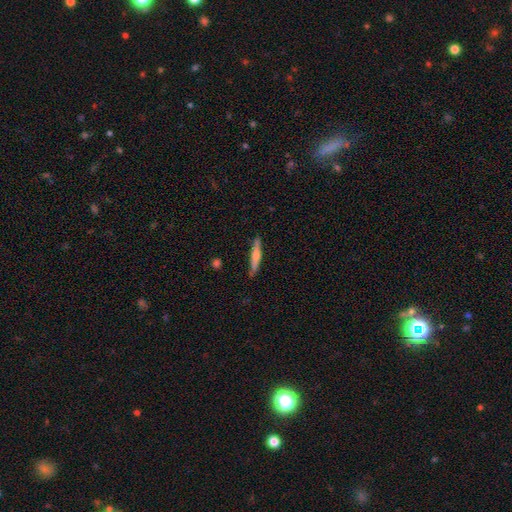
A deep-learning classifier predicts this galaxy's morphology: Smooth or featured: smooth — 51% (featured or disk — 43%)
How rounded: cigar-shaped — 92% (in between — 6%)
Merging: none — 85% (minor disturbance — 11%)